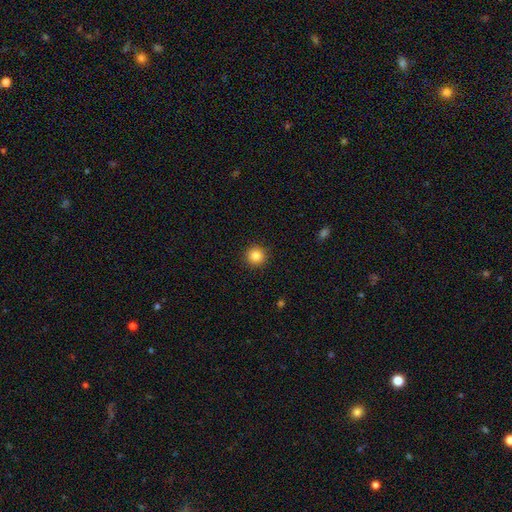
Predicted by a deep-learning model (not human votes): smooth_or_featured: smooth (p=0.85) [alt: star or artifact p=0.11]
how_rounded: round (p=0.94) [alt: in between p=0.05]
merging: none (p=0.92) [alt: minor disturbance p=0.05]